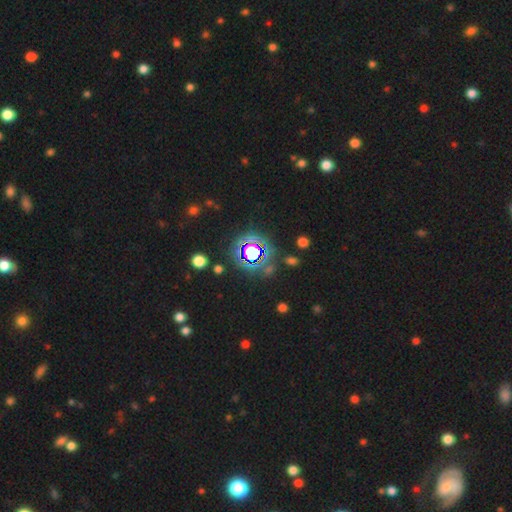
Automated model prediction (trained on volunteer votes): Smooth or featured?
  - star or artifact: 78% *
  - smooth: 14%
  - featured or disk: 8%